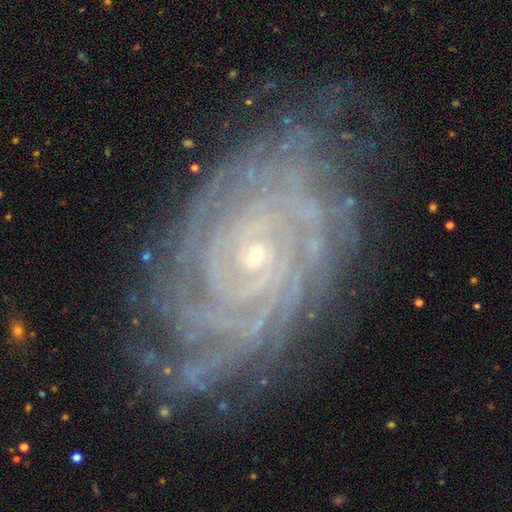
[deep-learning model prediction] Smooth or featured?
  - featured or disk: 89% *
  - star or artifact: 7%
  - smooth: 4%
Edge-on disk?
  - no: 96% *
  - yes: 4%
Bar?
  - no: 74% *
  - weak: 19%
  - strong: 8%
Spiral arms?
  - yes: 98% *
  - no: 2%
Spiral winding?
  - tight: 85% *
  - medium: 13%
  - loose: 2%
Spiral arm count?
  - more than 4: 28% *
  - can't tell: 23%
  - 4: 17%
  - 2: 12%
  - 3: 11%
  - 1: 8%
Bulge size?
  - small: 85% *
  - moderate: 11%
  - none: 2%
  - large: 1%
  - dominant: 1%
Merging?
  - none: 77% *
  - minor disturbance: 16%
  - major disturbance: 6%
  - merger: 1%